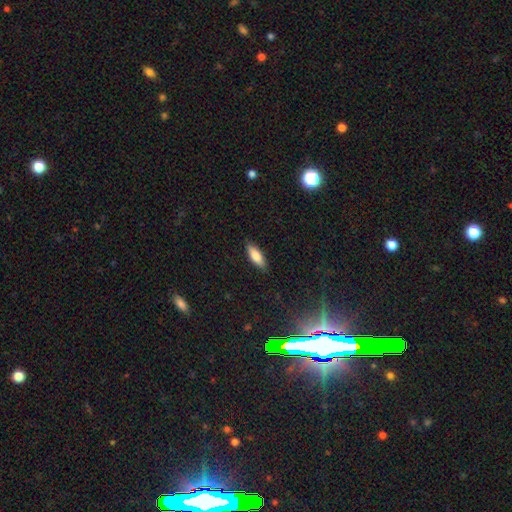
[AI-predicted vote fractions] smooth 81%, featured or disk 13%, star or artifact 7%. Down the decision tree: how rounded — in between (62%); merging — none (87%).